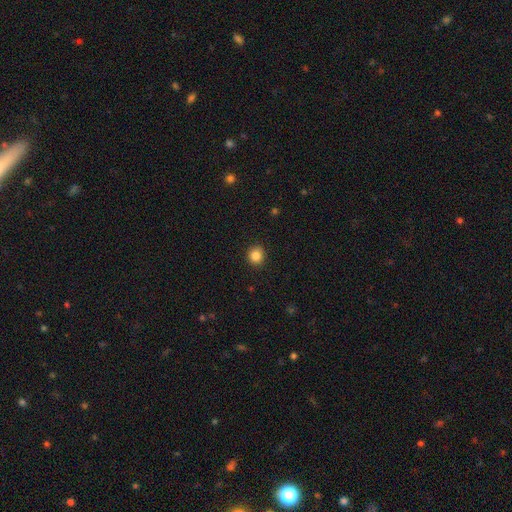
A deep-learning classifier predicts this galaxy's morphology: smooth-or-featured: smooth: 85% | star or artifact: 10% | featured or disk: 4%
  how-rounded: round: 86% | in between: 13% | cigar-shaped: 1%
  merging: none: 91% | minor disturbance: 6% | major disturbance: 2% | merger: 1%